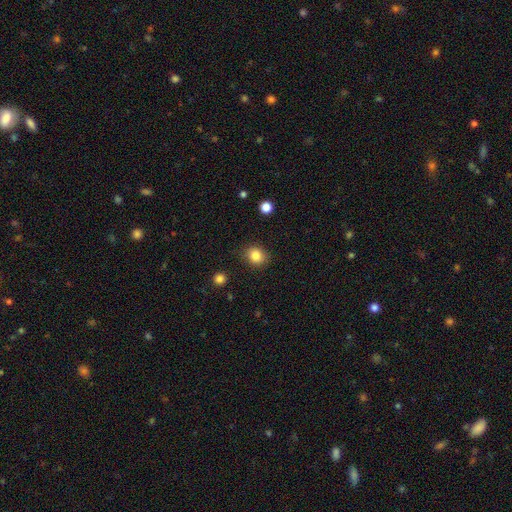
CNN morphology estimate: Smooth or featured? Predicted: smooth (p=0.84). How rounded? Predicted: round (p=0.68). Merging? Predicted: none (p=0.86).